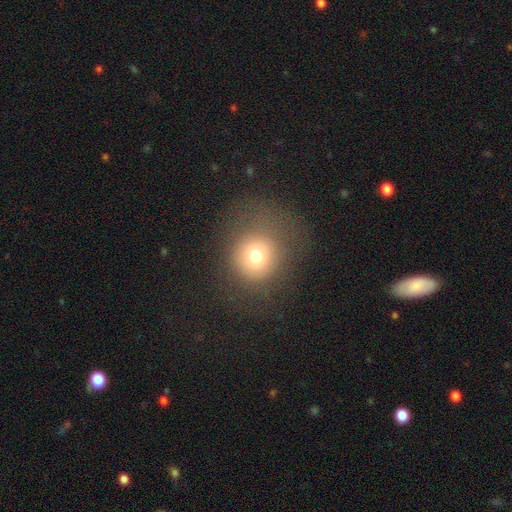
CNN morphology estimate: Q: Smooth or featured?
A: smooth (72%); runner-up: star or artifact (16%)
Q: How rounded?
A: round (87%); runner-up: in between (12%)
Q: Merging?
A: none (67%); runner-up: major disturbance (16%)